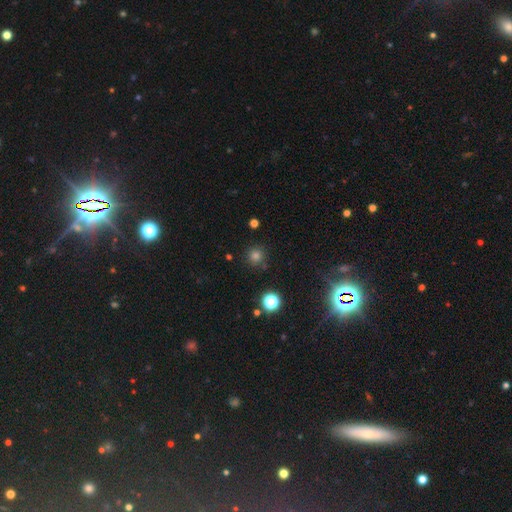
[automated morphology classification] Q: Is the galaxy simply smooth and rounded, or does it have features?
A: smooth — 75%.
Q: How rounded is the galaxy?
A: round — 94%.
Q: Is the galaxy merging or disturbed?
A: none — 85%.